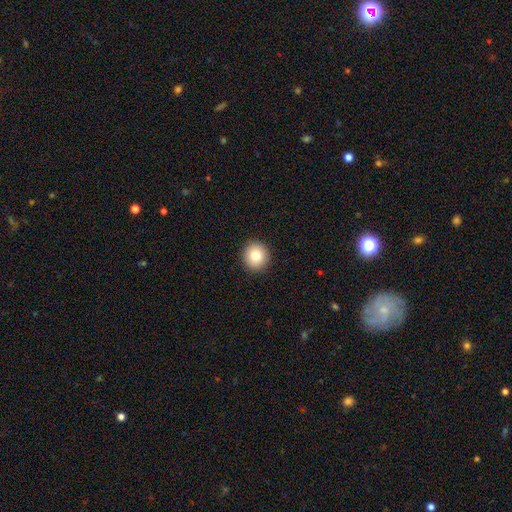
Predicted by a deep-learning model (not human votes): Morphology: type=smooth (81%); roundness=round (91%); merging=none (92%).